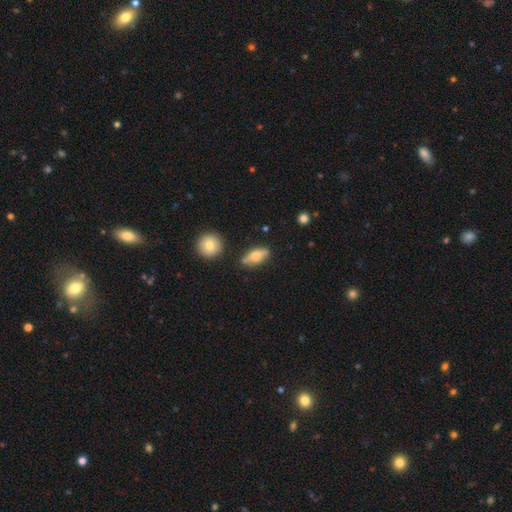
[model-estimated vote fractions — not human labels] smooth-or-featured: smooth: 53% | featured or disk: 40% | star or artifact: 7%
  how-rounded: in between: 62% | cigar-shaped: 32% | round: 6%
  merging: none: 79% | minor disturbance: 14% | merger: 4% | major disturbance: 3%